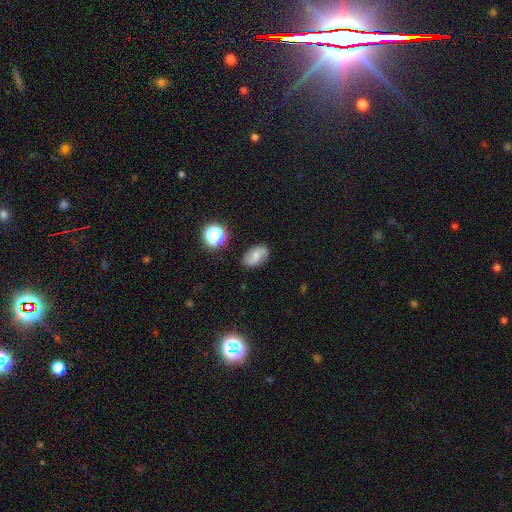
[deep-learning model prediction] Smooth or featured? Predicted: featured or disk (p=0.48). Merging? Predicted: none (p=0.79).